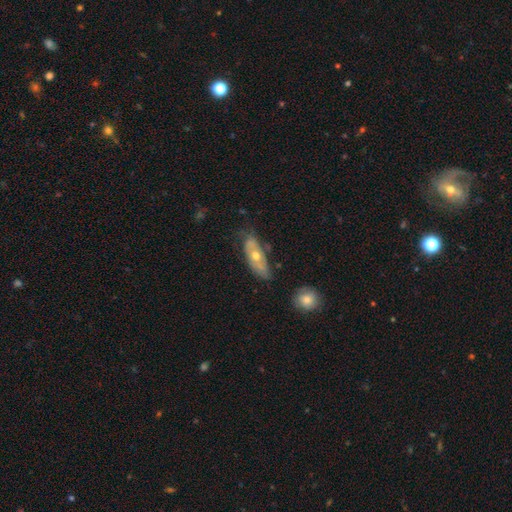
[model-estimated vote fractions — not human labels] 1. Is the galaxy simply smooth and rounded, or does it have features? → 54% featured or disk, 39% smooth, 7% star or artifact.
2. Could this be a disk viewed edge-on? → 73% no, 27% yes.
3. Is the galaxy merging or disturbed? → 56% none, 29% minor disturbance, 9% major disturbance, 6% merger.